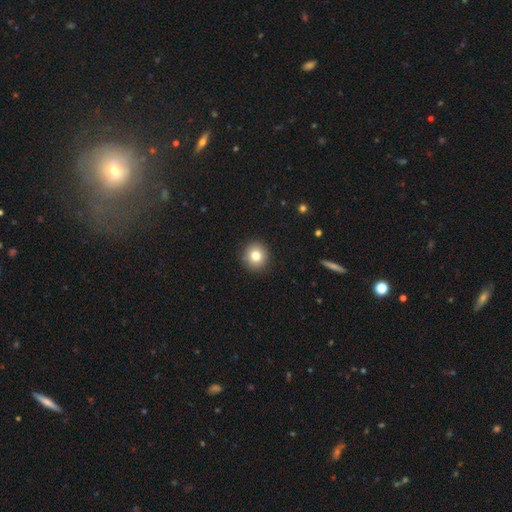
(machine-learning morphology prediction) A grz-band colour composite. It shows a smooth galaxy with no disk features (80%) that is round (93%). Merging: none (92%).